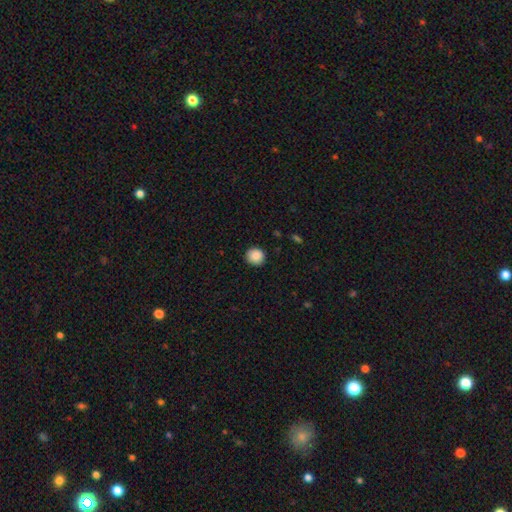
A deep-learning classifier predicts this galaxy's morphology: smooth 88%, star or artifact 8%, featured or disk 4%. Down the decision tree: how rounded — round (91%); merging — none (91%).